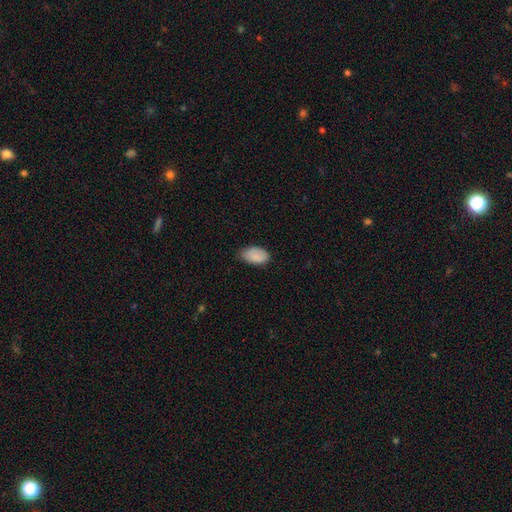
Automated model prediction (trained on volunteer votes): Smooth or featured?
  - smooth: 89% *
  - star or artifact: 6%
  - featured or disk: 5%
How rounded?
  - in between: 94% *
  - round: 4%
  - cigar-shaped: 1%
Merging?
  - none: 67% *
  - minor disturbance: 28%
  - major disturbance: 4%
  - merger: 1%